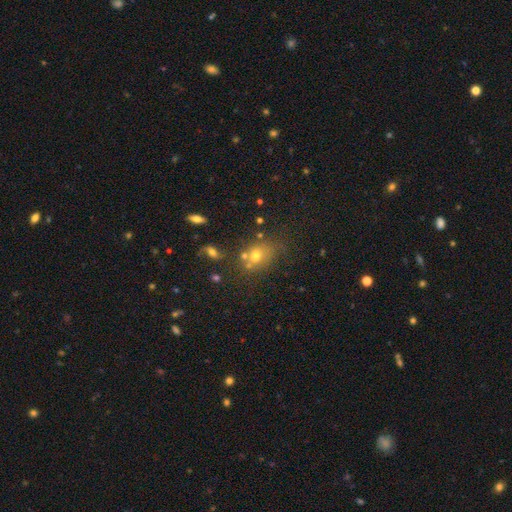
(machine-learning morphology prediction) Q: Smooth or featured?
A: smooth (64%); runner-up: star or artifact (20%)
Q: How rounded?
A: in between (54%); runner-up: round (44%)
Q: Merging?
A: none (55%); runner-up: merger (22%)